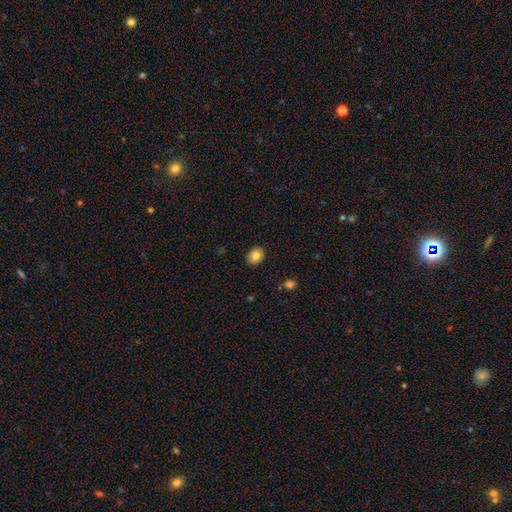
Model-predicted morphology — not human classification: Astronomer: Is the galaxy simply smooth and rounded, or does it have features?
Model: smooth — 82%.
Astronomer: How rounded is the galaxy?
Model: round — 62%.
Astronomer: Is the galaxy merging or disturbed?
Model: none — 89%.